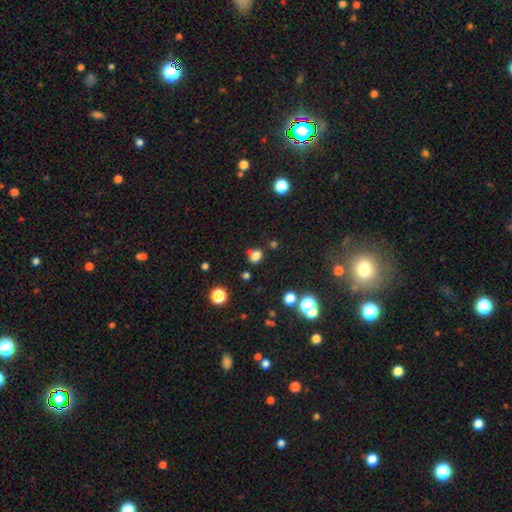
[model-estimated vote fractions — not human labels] Smooth or featured? Predicted: smooth (p=0.76). How rounded? Predicted: round (p=0.51). Merging? Predicted: none (p=0.67).